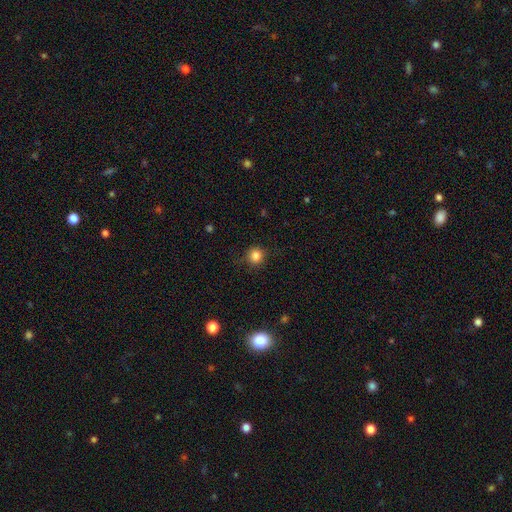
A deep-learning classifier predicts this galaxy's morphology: Smooth or featured? Predicted: smooth (p=0.83). How rounded? Predicted: round (p=0.93). Merging? Predicted: none (p=0.87).